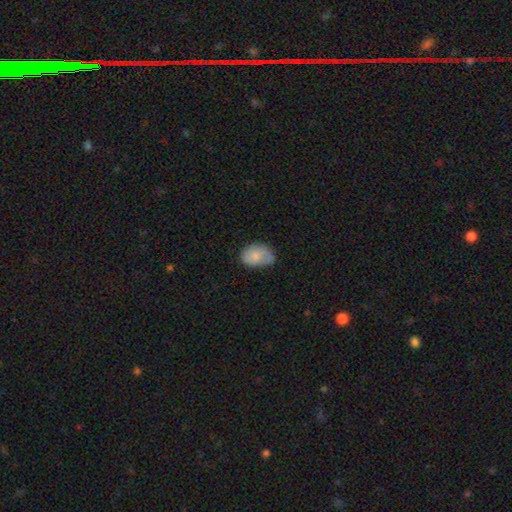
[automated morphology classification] smooth-or-featured: smooth: 70% | featured or disk: 23% | star or artifact: 7%
  how-rounded: in between: 80% | round: 19% | cigar-shaped: 1%
  merging: none: 49% | minor disturbance: 38% | major disturbance: 11% | merger: 3%